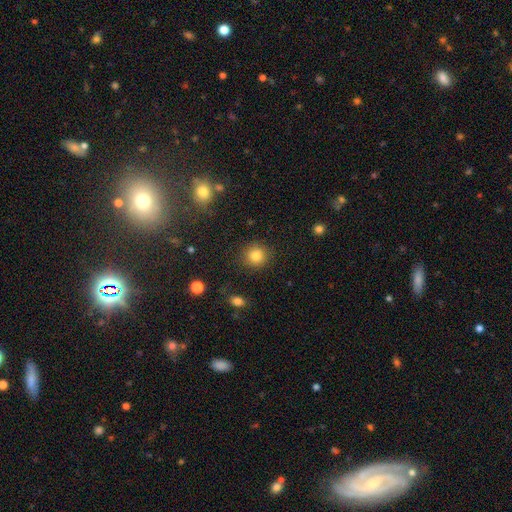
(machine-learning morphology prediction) Smooth or featured? smooth (84%)
How rounded? round (90%)
Merging? none (88%)